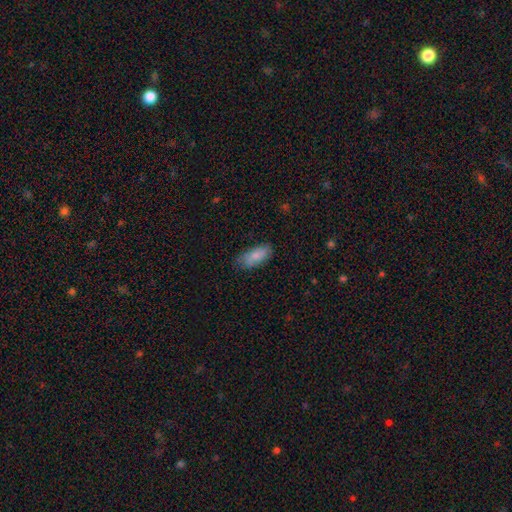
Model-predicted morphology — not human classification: Smooth or featured? smooth (83%)
How rounded? in between (86%)
Merging? none (74%)